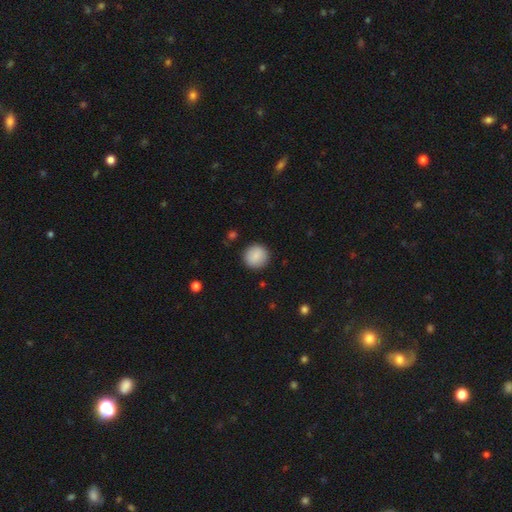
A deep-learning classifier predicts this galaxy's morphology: Smooth or featured? smooth (88%)
How rounded? round (93%)
Merging? none (90%)